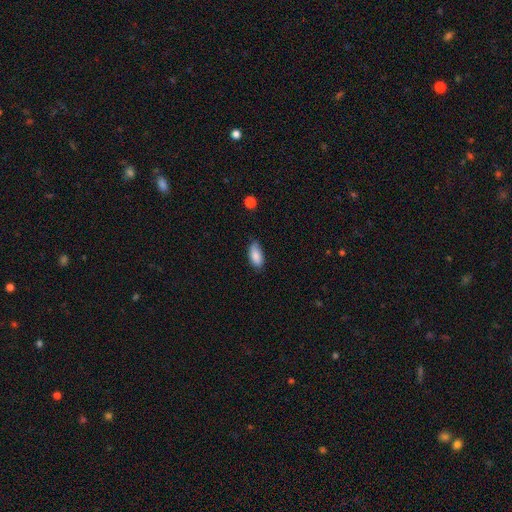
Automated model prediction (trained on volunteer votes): A smooth galaxy with no disk features (87%) that is in between round and cigar-shaped (90%).

Vote fractions:
- Smooth or featured? smooth: 87% / star or artifact: 7% / featured or disk: 6%
- How rounded? in between: 90% / cigar-shaped: 8% / round: 2%
- Merging? none: 70% / minor disturbance: 25% / major disturbance: 3% / merger: 1%